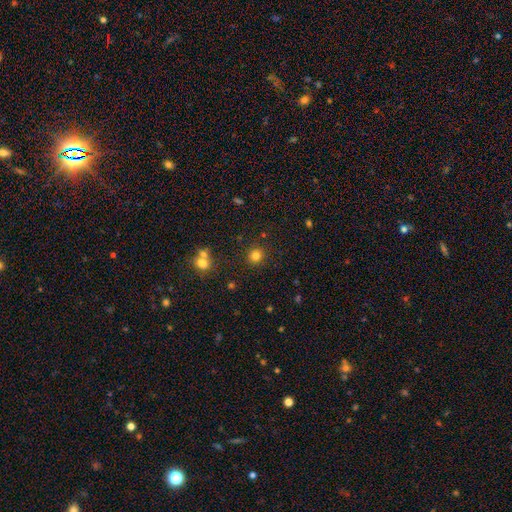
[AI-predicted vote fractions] Smooth or featured? Predicted: smooth (p=0.81). How rounded? Predicted: round (p=0.92). Merging? Predicted: none (p=0.88).